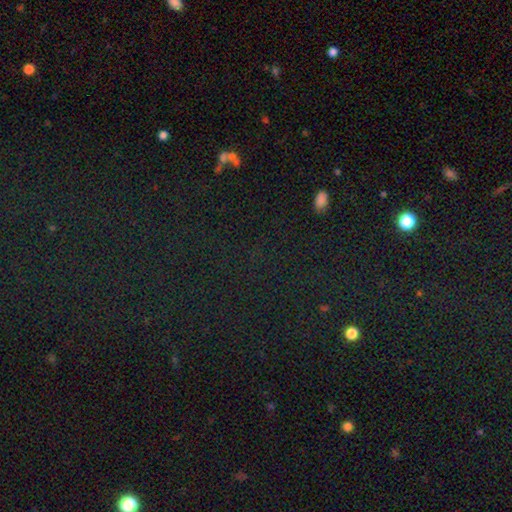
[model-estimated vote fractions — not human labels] Morphology: type=star or artifact (77%).